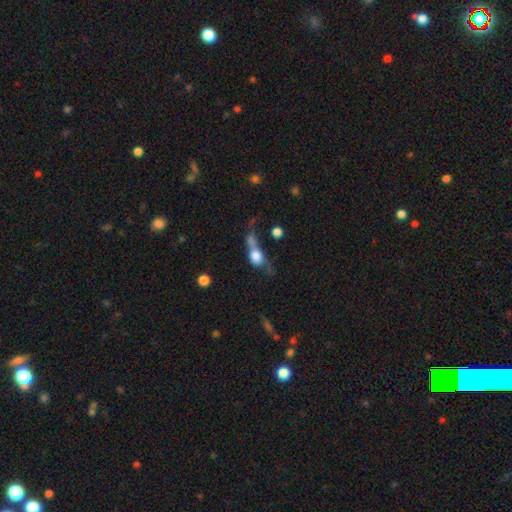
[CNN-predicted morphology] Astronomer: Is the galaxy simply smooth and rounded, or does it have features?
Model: smooth — 63%.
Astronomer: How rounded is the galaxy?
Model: round — 49% (runner-up: in between, 41%).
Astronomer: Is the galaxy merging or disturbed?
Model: merger — 38% (runner-up: major disturbance, 26%).